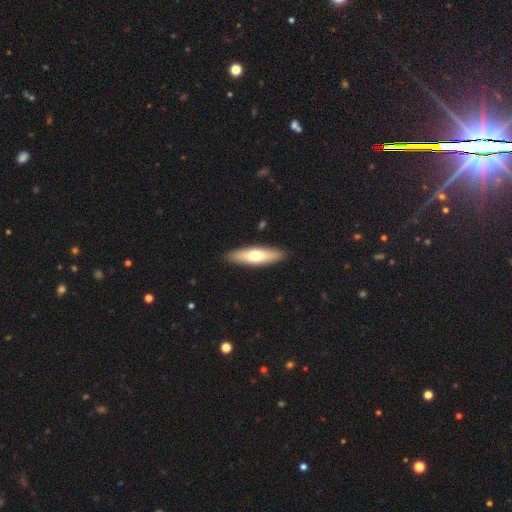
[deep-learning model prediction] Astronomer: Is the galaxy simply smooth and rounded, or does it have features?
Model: smooth — 62%.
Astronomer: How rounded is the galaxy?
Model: cigar-shaped — 65%.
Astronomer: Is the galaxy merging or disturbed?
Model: none — 90%.